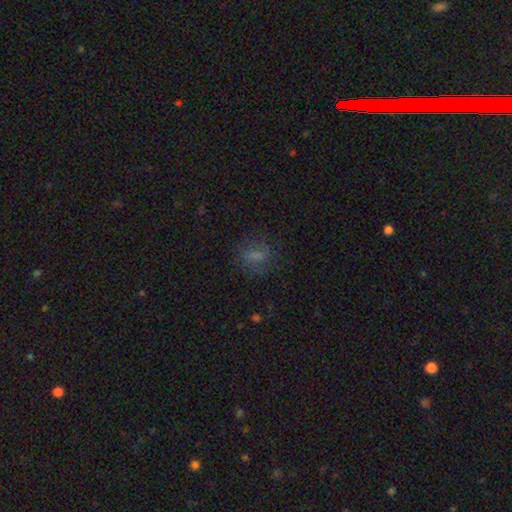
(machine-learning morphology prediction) This is likely a smooth galaxy (61%). How rounded: possibly in between (56%). Merging: likely none (71%).